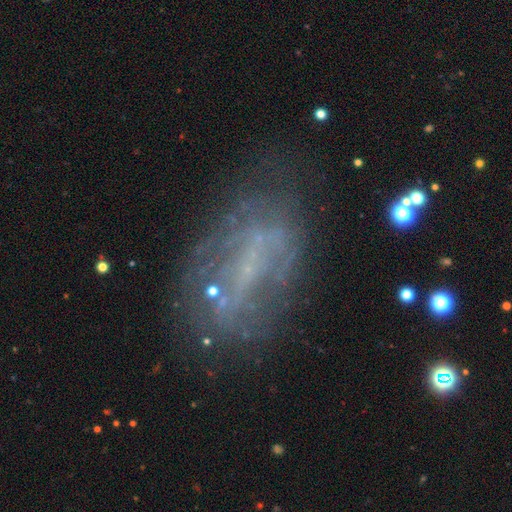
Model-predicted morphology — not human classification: This appears to be a featured or disk galaxy (66%) with no bar (55%), no spiral arms (61%) and no central bulge (49%). Merging: none (57%).